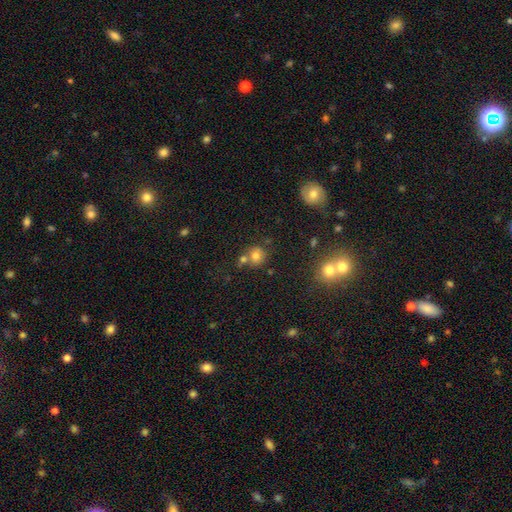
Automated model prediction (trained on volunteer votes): Smooth or featured? Predicted: smooth (p=0.74). How rounded? Predicted: round (p=0.85). Merging? Predicted: none (p=0.61).